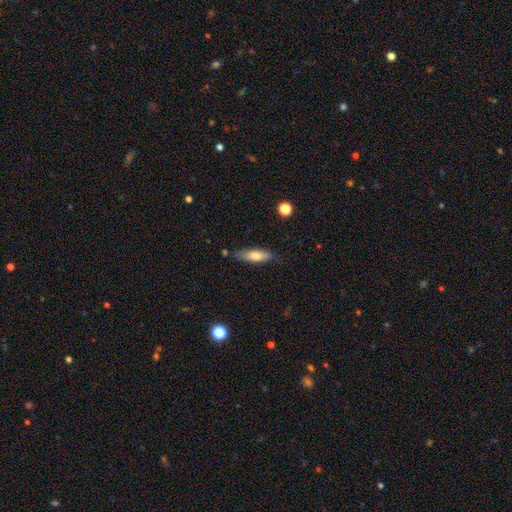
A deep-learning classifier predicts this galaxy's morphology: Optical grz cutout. It shows a smooth galaxy with no disk features (72%) that is cigar-shaped (53%). Merging: none (76%).